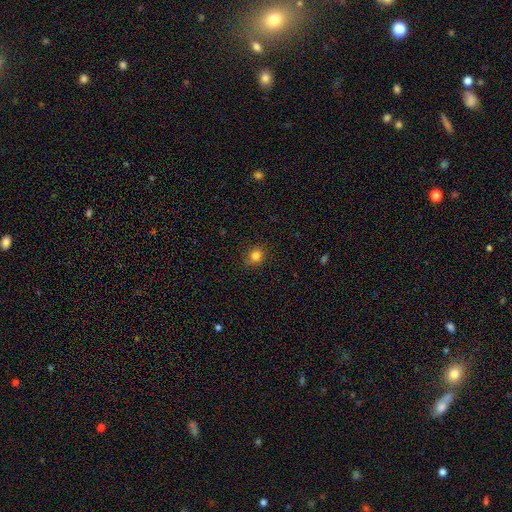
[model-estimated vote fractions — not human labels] Smooth or featured? smooth (81%)
How rounded? round (81%)
Merging? none (85%)